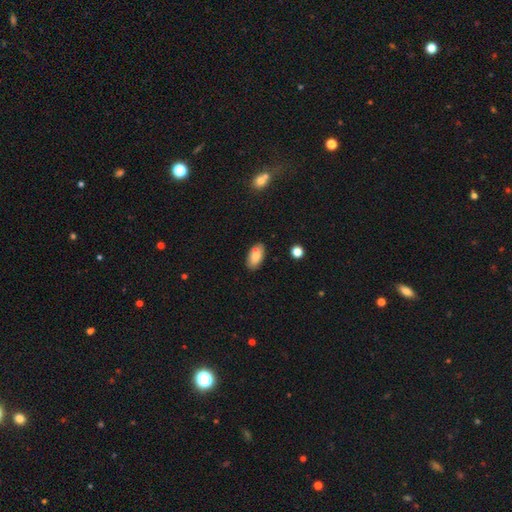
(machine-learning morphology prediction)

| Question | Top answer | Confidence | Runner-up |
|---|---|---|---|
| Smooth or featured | smooth | 78% | featured or disk (15%) |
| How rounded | in between | 93% | cigar-shaped (4%) |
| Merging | none | 80% | minor disturbance (14%) |